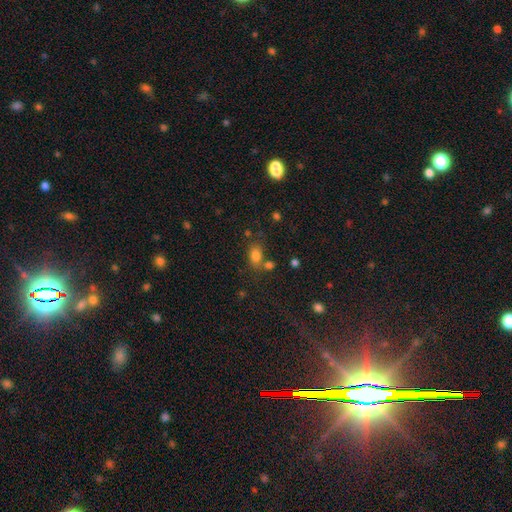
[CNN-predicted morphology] A smooth galaxy with no disk features (80%) that is in between round and cigar-shaped (81%). Merging: none (61%).